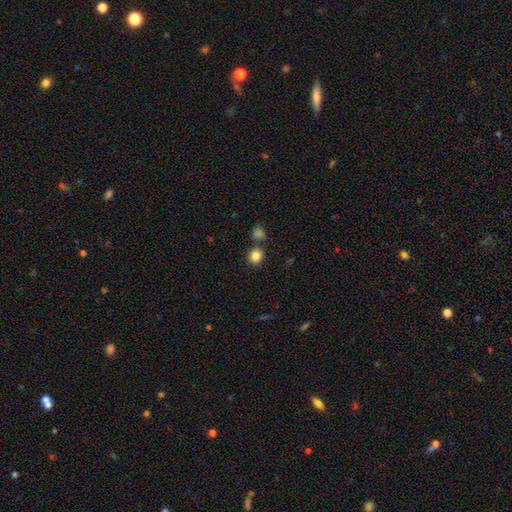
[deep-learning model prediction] Smooth or featured? smooth (84%)
How rounded? round (82%)
Merging? none (77%)